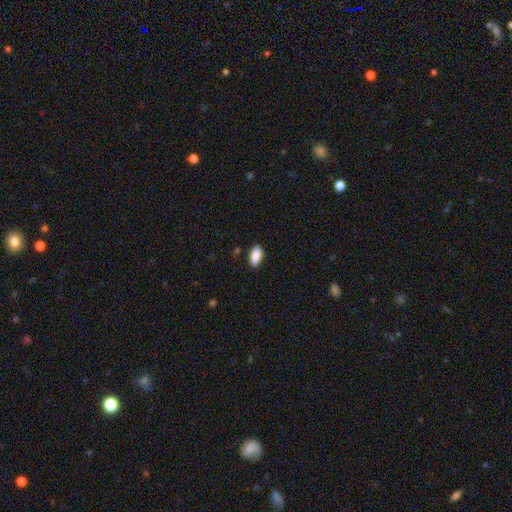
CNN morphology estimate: Smooth or featured? Predicted: smooth (p=0.89). How rounded? Predicted: in between (p=0.91). Merging? Predicted: none (p=0.87).